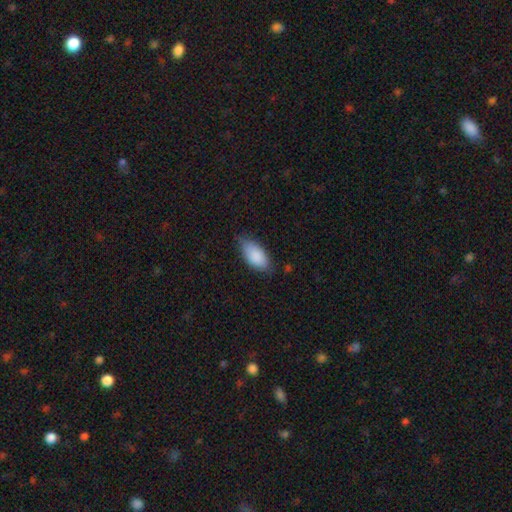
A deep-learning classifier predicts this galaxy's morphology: Smooth or featured?
  - smooth: 88% *
  - featured or disk: 6%
  - star or artifact: 6%
How rounded?
  - in between: 92% *
  - cigar-shaped: 6%
  - round: 2%
Merging?
  - none: 67% *
  - minor disturbance: 28%
  - major disturbance: 4%
  - merger: 1%